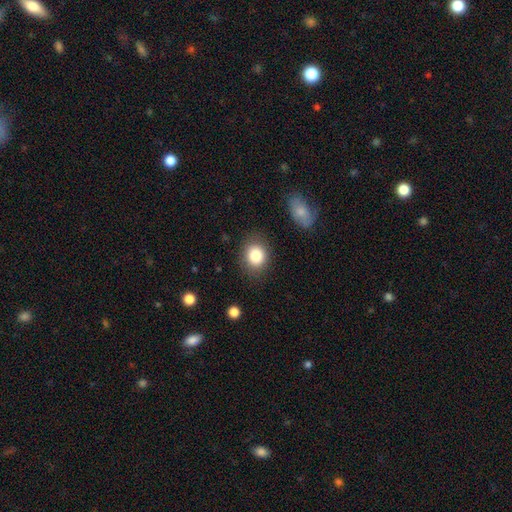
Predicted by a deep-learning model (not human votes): The model was most divided on "how rounded": round: 62%, in between: 37%, cigar-shaped: 1%. More confident: smooth or featured — smooth (84%); merging — none (83%).